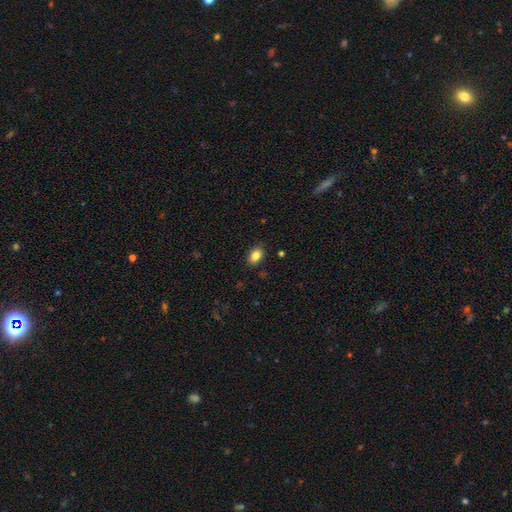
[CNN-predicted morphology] type=smooth (85%); roundness=in between (82%); merging=none (87%).